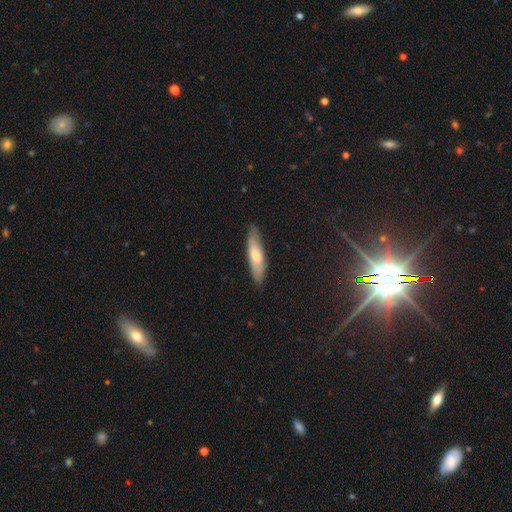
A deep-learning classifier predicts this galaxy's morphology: Smooth or featured? Predicted: smooth (p=0.64). How rounded? Predicted: cigar-shaped (p=0.68). Merging? Predicted: none (p=0.83).